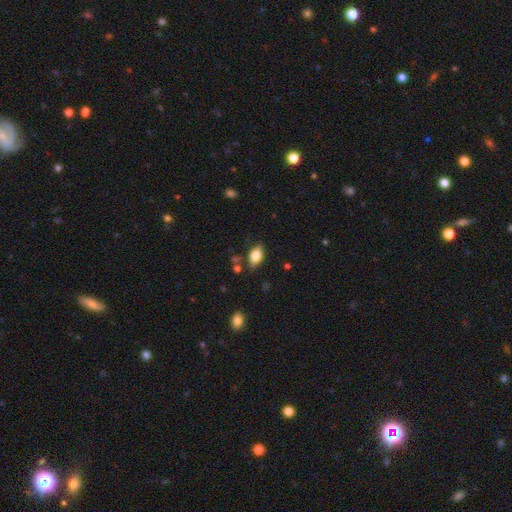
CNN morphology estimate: Q: Smooth or featured?
A: smooth (82%); runner-up: featured or disk (10%)
Q: How rounded?
A: in between (89%); runner-up: round (9%)
Q: Merging?
A: none (80%); runner-up: minor disturbance (14%)